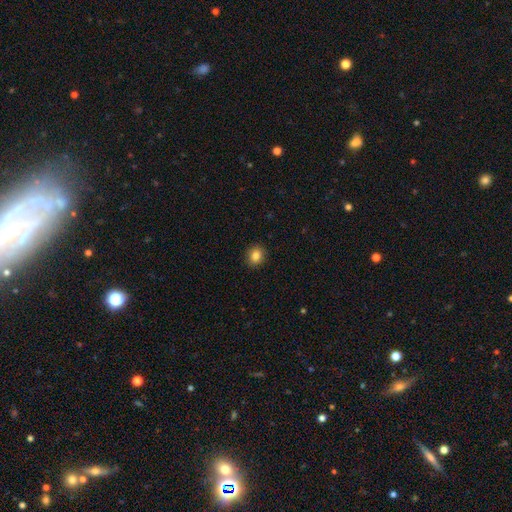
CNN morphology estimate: type=smooth (84%); roundness=round (70%); merging=none (91%).